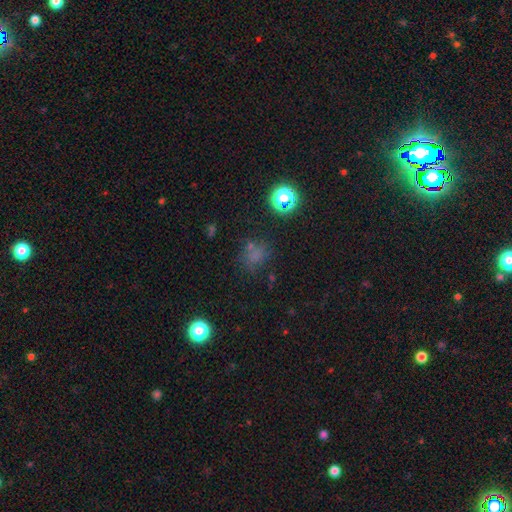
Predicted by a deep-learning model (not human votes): smooth 57%, star or artifact 32%, featured or disk 11%. Down the decision tree: how rounded — round (72%); merging — none (65%).